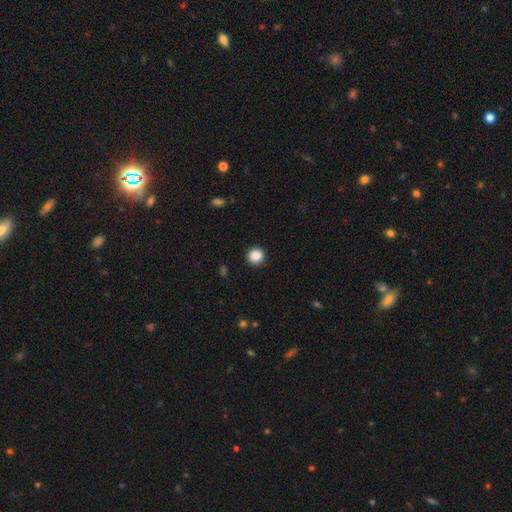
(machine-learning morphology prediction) smooth-or-featured: smooth: 87% | star or artifact: 10% | featured or disk: 3%
  how-rounded: round: 93% | in between: 6% | cigar-shaped: 1%
  merging: none: 91% | minor disturbance: 6% | major disturbance: 2% | merger: 1%